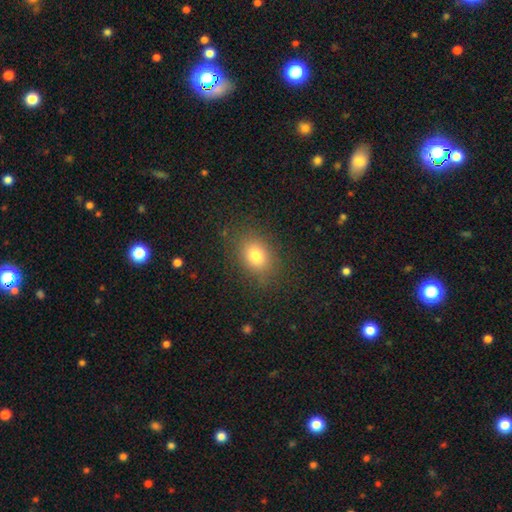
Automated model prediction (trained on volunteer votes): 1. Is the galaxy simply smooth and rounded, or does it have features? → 78% smooth, 12% star or artifact, 10% featured or disk.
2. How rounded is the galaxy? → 60% in between, 39% round, 1% cigar-shaped.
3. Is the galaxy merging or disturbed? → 83% none, 12% minor disturbance, 4% major disturbance, 1% merger.